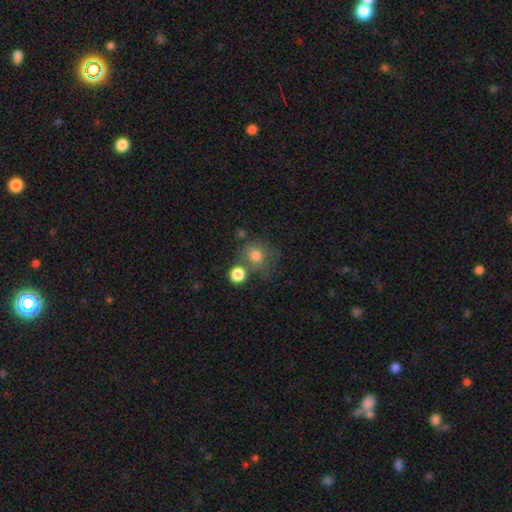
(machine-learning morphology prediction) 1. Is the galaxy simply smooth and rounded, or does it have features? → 77% smooth, 12% star or artifact, 11% featured or disk.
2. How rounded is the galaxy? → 81% round, 18% in between, 1% cigar-shaped.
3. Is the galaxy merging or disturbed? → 54% none, 24% merger, 14% minor disturbance, 8% major disturbance.